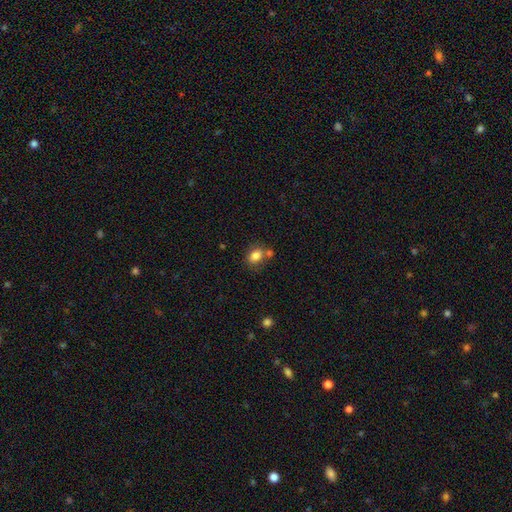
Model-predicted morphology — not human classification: This is clearly a smooth galaxy (83%). How rounded: likely in between (62%). Merging: likely none (60%).